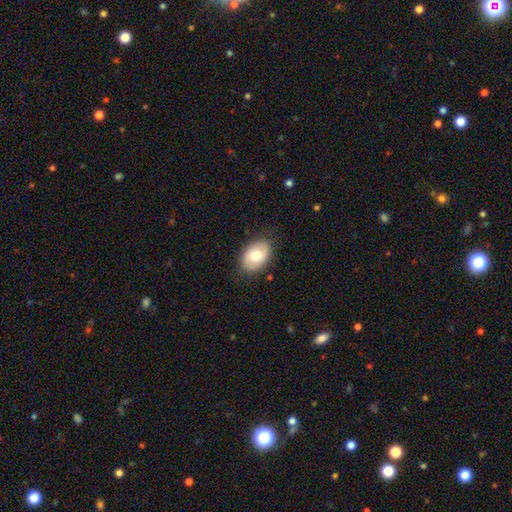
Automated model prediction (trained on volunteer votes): This is likely a smooth galaxy (74%). How rounded: clearly in between (84%). Merging: clearly none (83%).